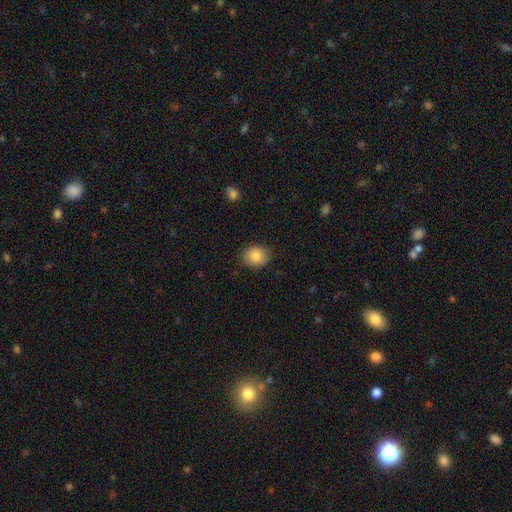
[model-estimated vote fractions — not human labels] Overall: smooth (85%). How rounded: round (61%; in between 38%). Merging: none (86%).